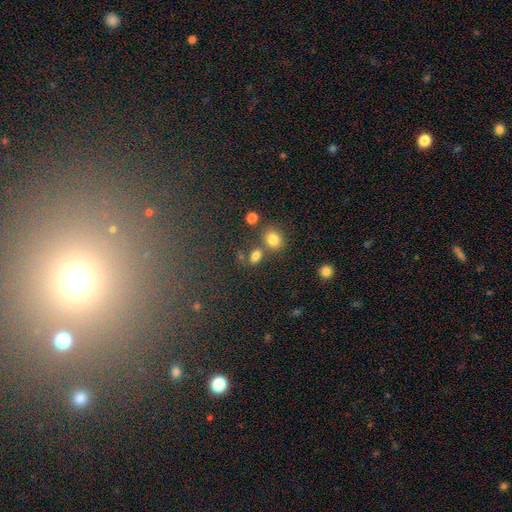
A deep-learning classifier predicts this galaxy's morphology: Smooth or featured: smooth — 79% (star or artifact — 13%)
How rounded: in between — 65% (round — 33%)
Merging: none — 60% (merger — 25%)